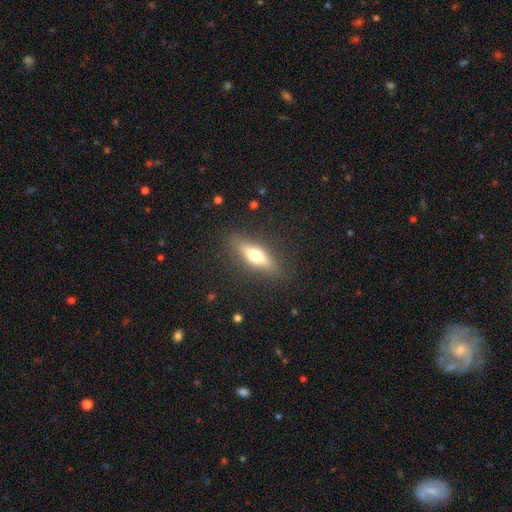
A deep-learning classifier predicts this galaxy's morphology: Smooth or featured? smooth (57%)
How rounded? cigar-shaped (52%)
Merging? none (86%)